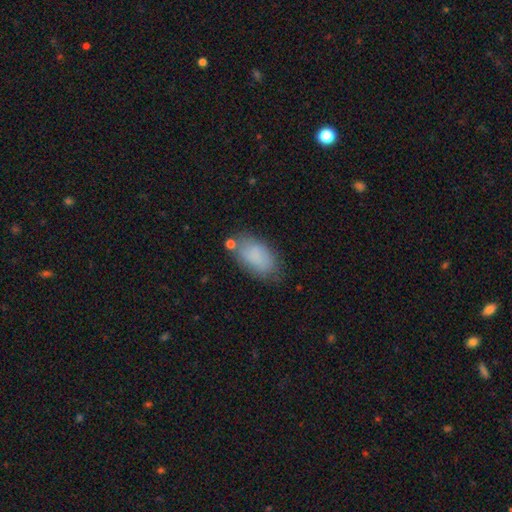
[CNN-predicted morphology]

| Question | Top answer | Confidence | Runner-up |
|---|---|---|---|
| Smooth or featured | smooth | 82% | featured or disk (10%) |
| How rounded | in between | 93% | round (5%) |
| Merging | none | 69% | minor disturbance (20%) |